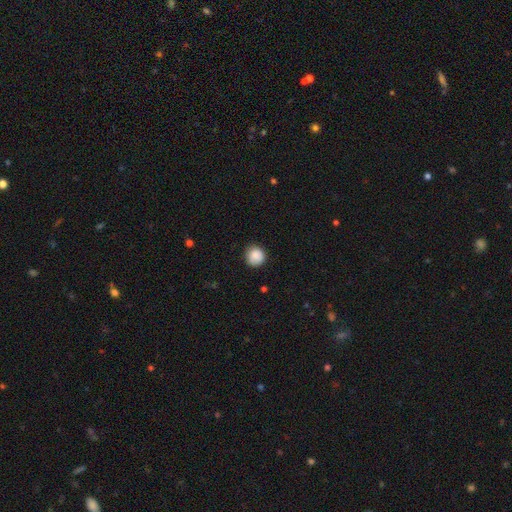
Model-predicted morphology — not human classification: Q: Smooth or featured?
A: smooth (88%); runner-up: star or artifact (8%)
Q: How rounded?
A: round (90%); runner-up: in between (9%)
Q: Merging?
A: none (83%); runner-up: minor disturbance (14%)